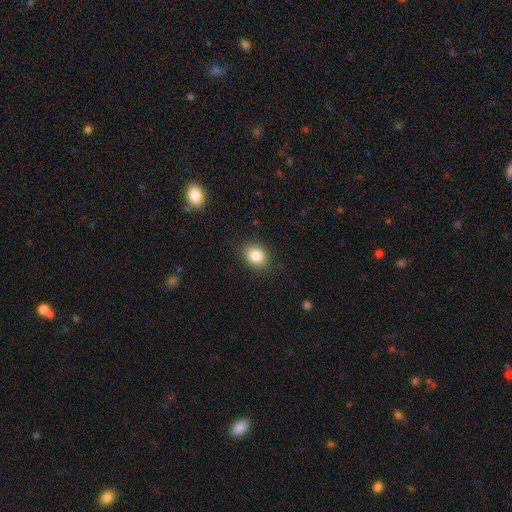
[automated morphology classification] smooth-or-featured: smooth: 84% | star or artifact: 9% | featured or disk: 7%
  how-rounded: in between: 60% | round: 39% | cigar-shaped: 1%
  merging: none: 86% | minor disturbance: 10% | major disturbance: 3% | merger: 1%